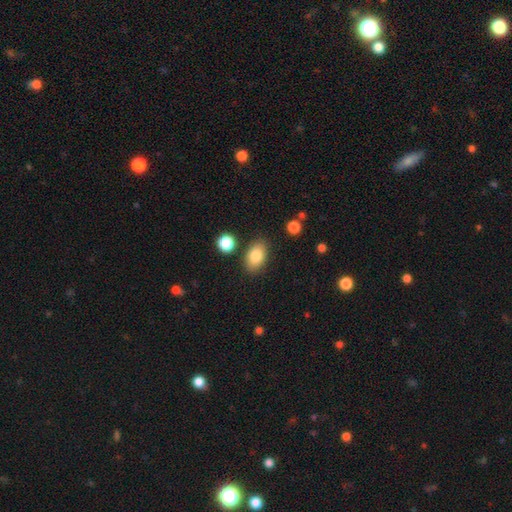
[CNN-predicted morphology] Smooth or featured? Predicted: smooth (p=0.85). How rounded? Predicted: in between (p=0.89). Merging? Predicted: none (p=0.82).